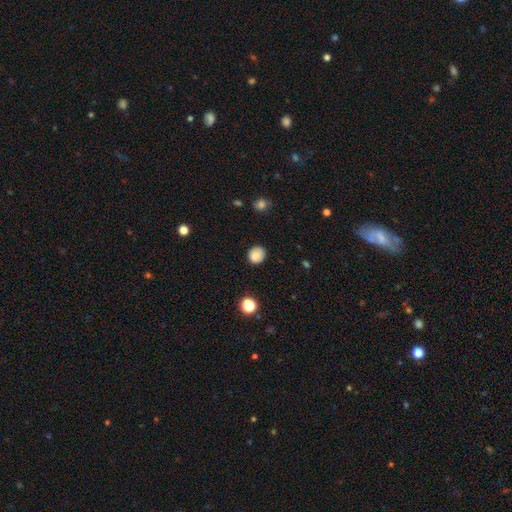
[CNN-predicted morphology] The model was most divided on "merging": none: 80%, minor disturbance: 15%, major disturbance: 3%, merger: 2%. More confident: how rounded — round (84%); smooth or featured — smooth (80%).